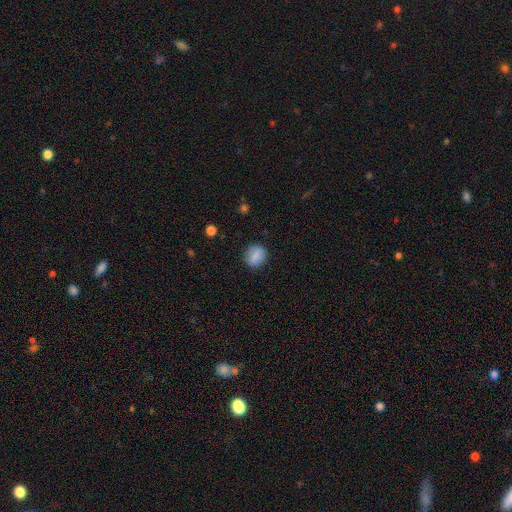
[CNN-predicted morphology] This appears to be a smooth galaxy with no disk features (83%) that is round (70%). Merging: none (84%).